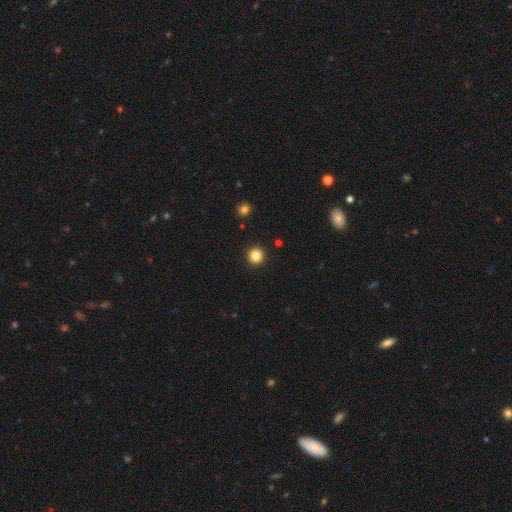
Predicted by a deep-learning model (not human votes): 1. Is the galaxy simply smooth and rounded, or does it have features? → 84% smooth, 12% star or artifact, 4% featured or disk.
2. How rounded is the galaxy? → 96% round, 3% in between, 1% cigar-shaped.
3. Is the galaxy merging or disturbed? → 93% none, 4% minor disturbance, 2% major disturbance, 1% merger.